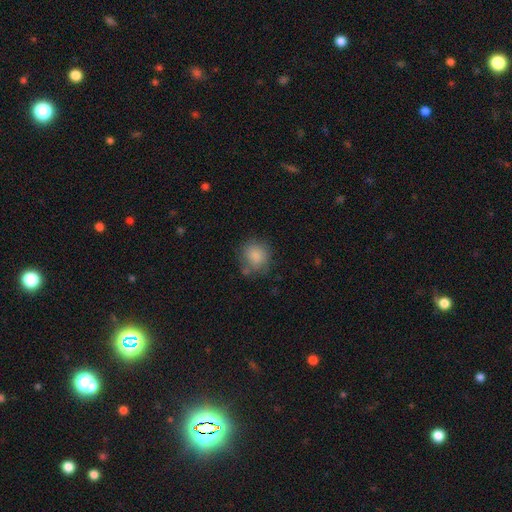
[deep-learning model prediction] Q: Smooth or featured?
A: smooth (84%); runner-up: star or artifact (8%)
Q: How rounded?
A: round (82%); runner-up: in between (17%)
Q: Merging?
A: none (68%); runner-up: minor disturbance (19%)